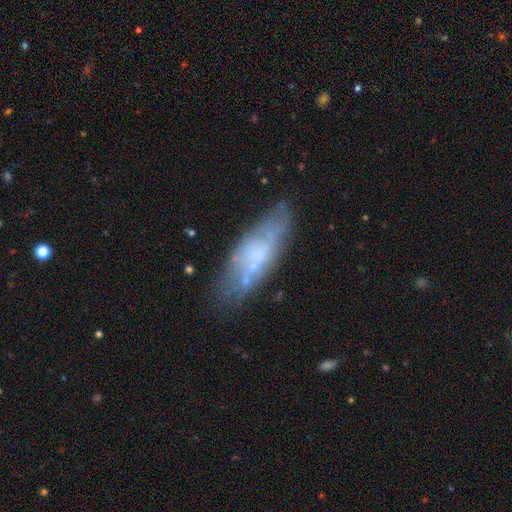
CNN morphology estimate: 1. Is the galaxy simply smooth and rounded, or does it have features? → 49% featured or disk, 42% smooth, 9% star or artifact.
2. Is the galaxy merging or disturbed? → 62% none, 22% minor disturbance, 9% major disturbance, 7% merger.